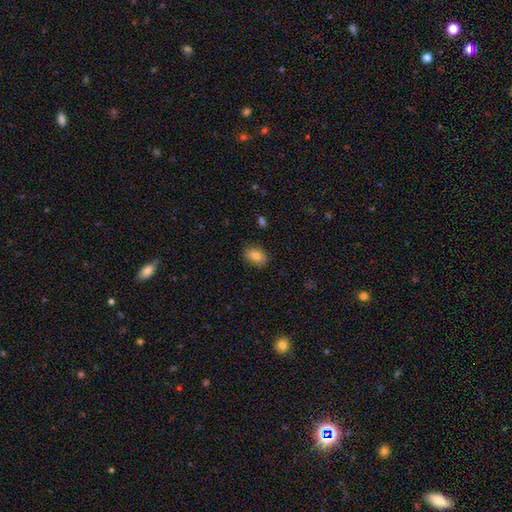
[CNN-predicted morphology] type=smooth (83%); roundness=in between (80%); merging=none (85%).